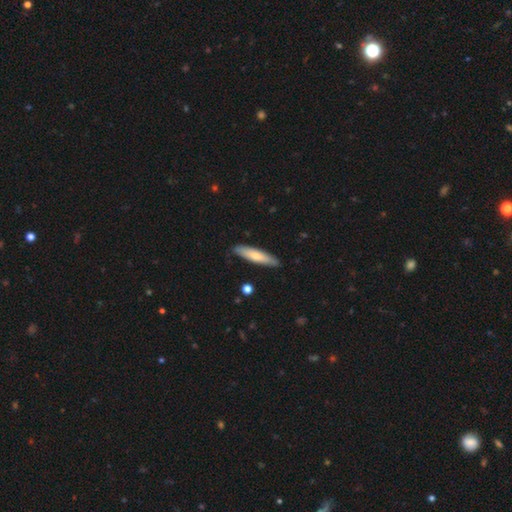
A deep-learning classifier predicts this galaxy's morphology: The model was most divided on "smooth or featured": smooth: 68%, featured or disk: 27%, star or artifact: 5%. More confident: merging — none (86%); how rounded — cigar-shaped (81%).